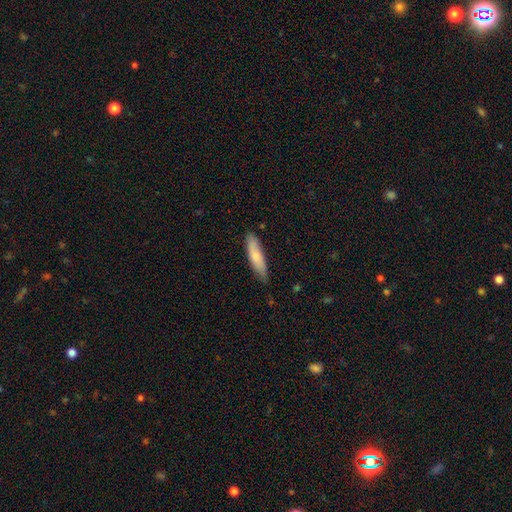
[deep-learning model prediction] smooth-or-featured: smooth: 78% | featured or disk: 16% | star or artifact: 6%
  how-rounded: cigar-shaped: 74% | in between: 25% | round: 1%
  merging: none: 75% | minor disturbance: 21% | major disturbance: 3% | merger: 1%